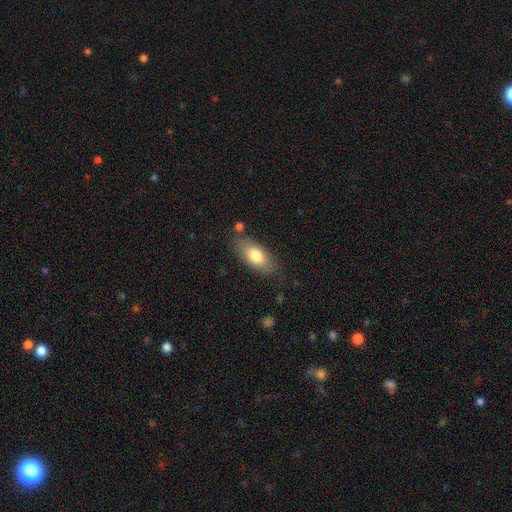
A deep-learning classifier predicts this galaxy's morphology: smooth-or-featured: smooth: 77% | featured or disk: 17% | star or artifact: 6%
  how-rounded: in between: 86% | cigar-shaped: 11% | round: 3%
  merging: none: 77% | minor disturbance: 15% | merger: 4% | major disturbance: 4%